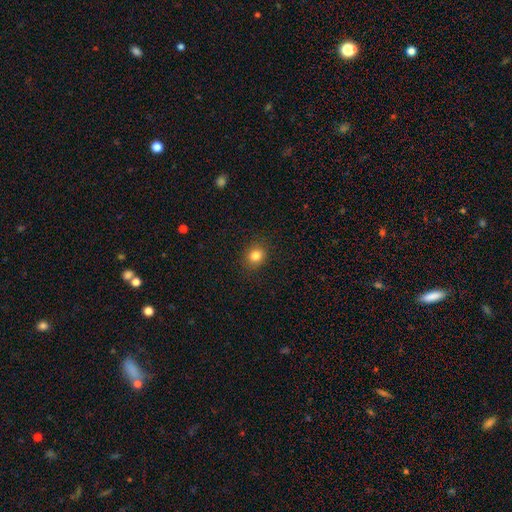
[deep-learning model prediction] Smooth or featured? Predicted: smooth (p=0.83). How rounded? Predicted: round (p=0.72). Merging? Predicted: none (p=0.89).